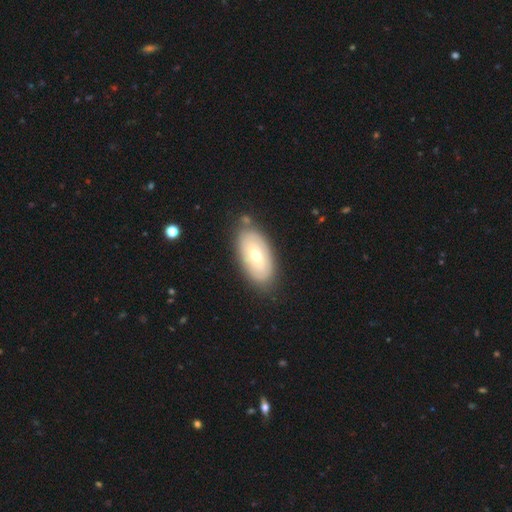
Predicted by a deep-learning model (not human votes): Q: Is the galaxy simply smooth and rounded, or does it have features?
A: smooth — 50%.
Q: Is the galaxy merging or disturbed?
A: none — 79%.